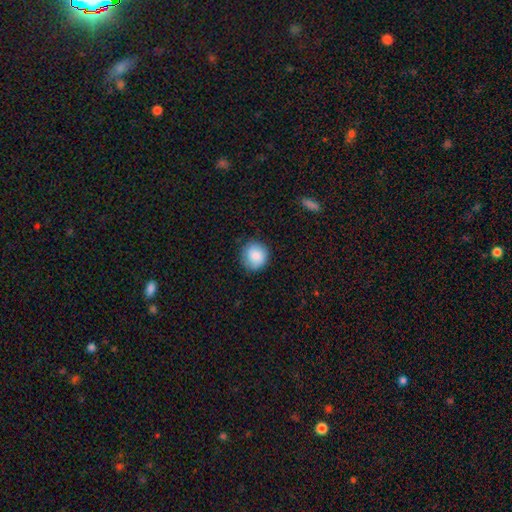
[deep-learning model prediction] smooth 87%, star or artifact 7%, featured or disk 6%. Down the decision tree: how rounded — round (90%); merging — none (84%).